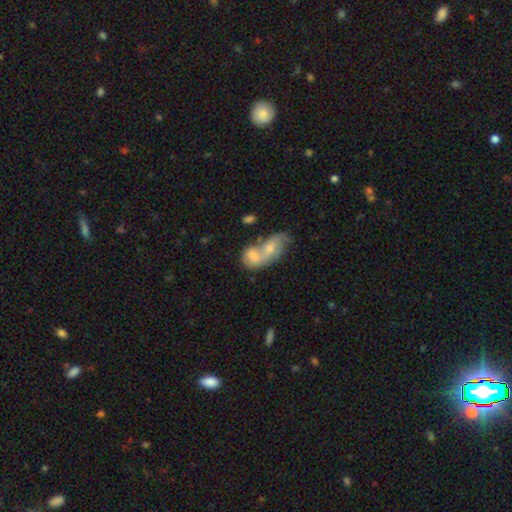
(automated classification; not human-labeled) A smooth galaxy with no disk features (64%) that is in between round and cigar-shaped (81%). Merging: merger (72%).